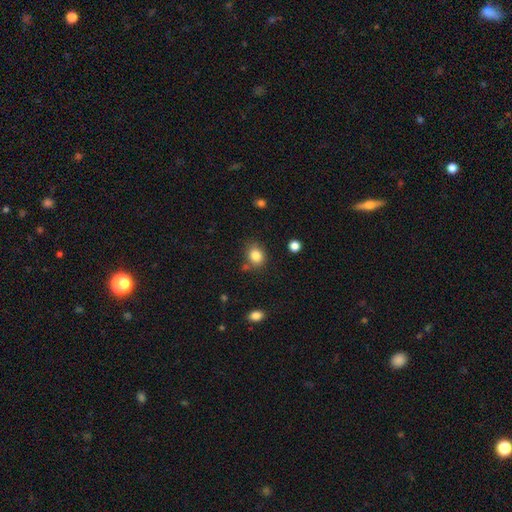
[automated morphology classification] smooth 84%, star or artifact 11%, featured or disk 6%. Down the decision tree: how rounded — round (61%); merging — none (72%).